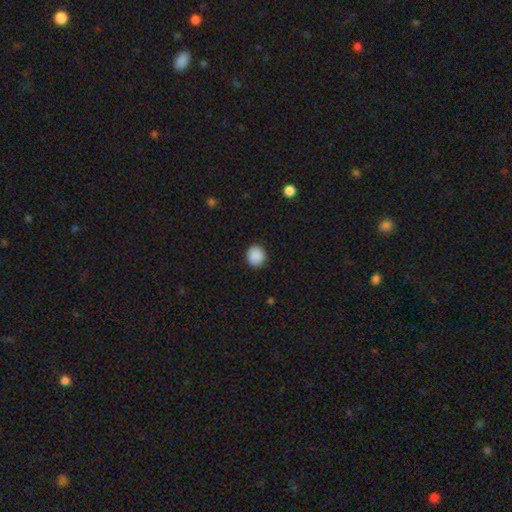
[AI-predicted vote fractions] Smooth or featured: smooth — 89% (star or artifact — 8%)
How rounded: round — 89% (in between — 10%)
Merging: none — 91% (minor disturbance — 6%)